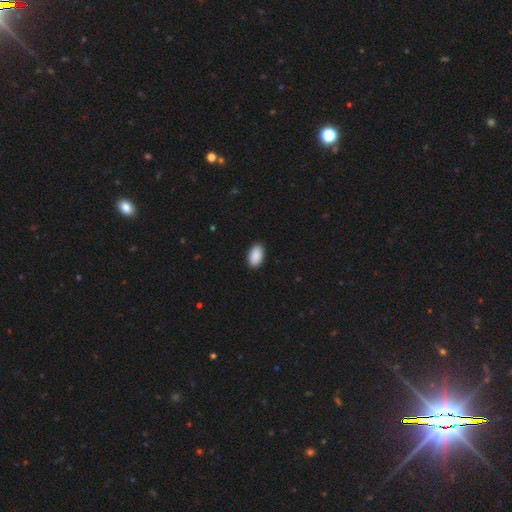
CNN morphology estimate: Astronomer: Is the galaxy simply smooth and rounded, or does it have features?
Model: smooth — 91%.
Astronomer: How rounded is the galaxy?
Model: in between — 94%.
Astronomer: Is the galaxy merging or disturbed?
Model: none — 89%.